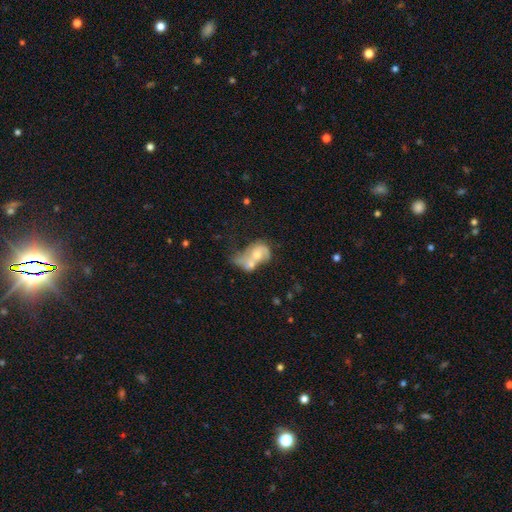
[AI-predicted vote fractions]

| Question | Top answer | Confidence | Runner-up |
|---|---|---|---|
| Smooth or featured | featured or disk | 52% | smooth (40%) |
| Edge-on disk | no | 96% | yes (4%) |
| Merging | merger | 59% | major disturbance (16%) |